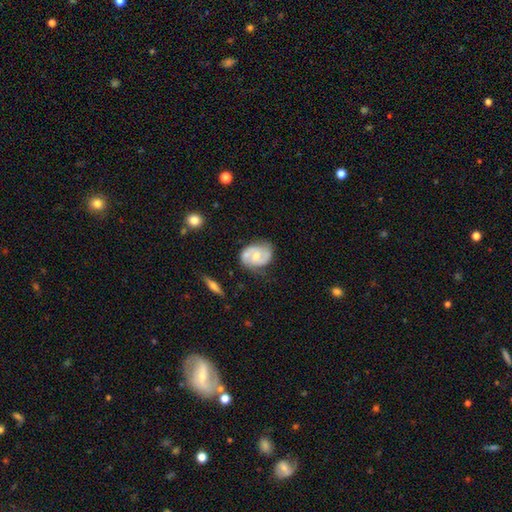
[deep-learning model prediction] A featured or disk galaxy (72%) with no bar (51%), 2 (85%) medium (48%) spiral arms (90%) and a moderate central bulge (59%). Merging: none (70%).